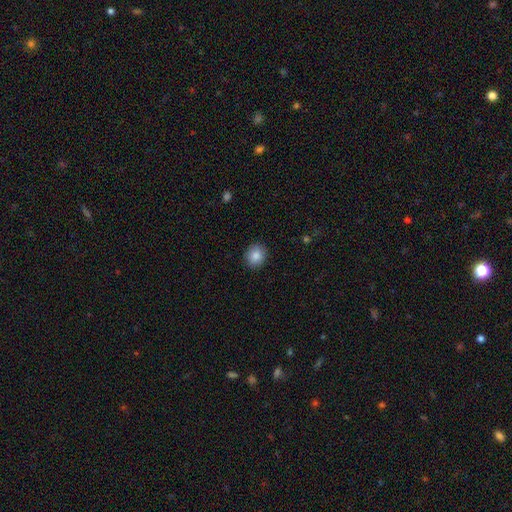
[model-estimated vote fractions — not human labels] Q: Smooth or featured?
A: smooth (87%); runner-up: star or artifact (8%)
Q: How rounded?
A: round (79%); runner-up: in between (20%)
Q: Merging?
A: none (90%); runner-up: minor disturbance (7%)